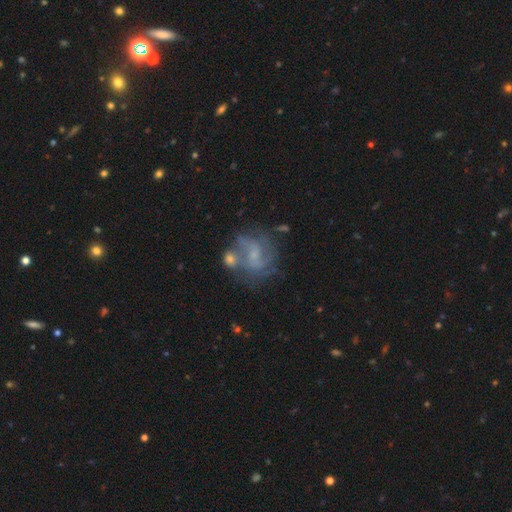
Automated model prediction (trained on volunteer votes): Q: Smooth or featured?
A: featured or disk (65%); runner-up: smooth (23%)
Q: Edge-on disk?
A: no (97%); runner-up: yes (3%)
Q: Bar?
A: no (47%); runner-up: weak (43%)
Q: Spiral arms?
A: yes (73%); runner-up: no (27%)
Q: Bulge size?
A: small (63%); runner-up: moderate (18%)
Q: Merging?
A: none (47%); runner-up: merger (20%)